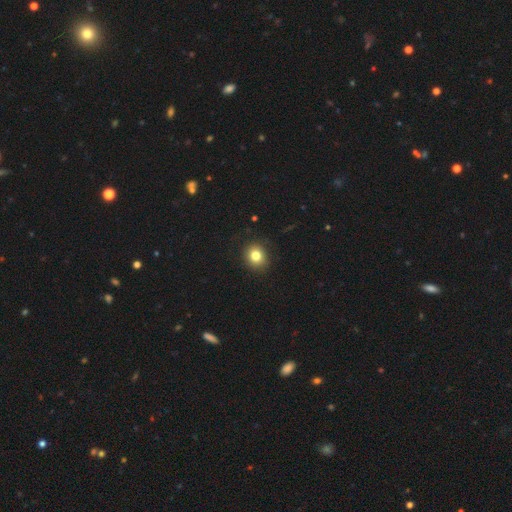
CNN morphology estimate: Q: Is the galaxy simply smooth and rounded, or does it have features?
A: smooth — 81%.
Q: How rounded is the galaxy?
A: round — 80%.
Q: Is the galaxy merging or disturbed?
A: none — 89%.